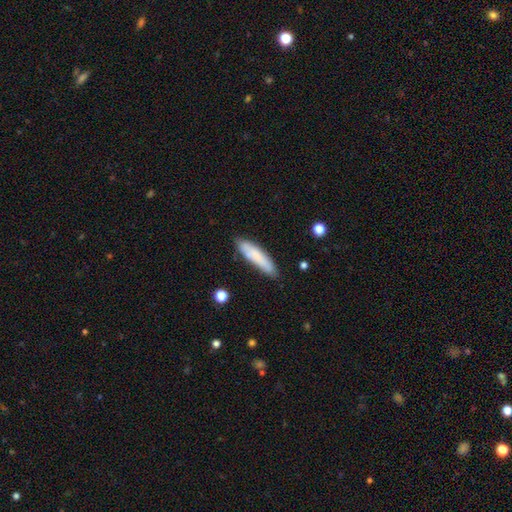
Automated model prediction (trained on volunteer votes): Smooth or featured? smooth (76%)
How rounded? cigar-shaped (75%)
Merging? none (78%)